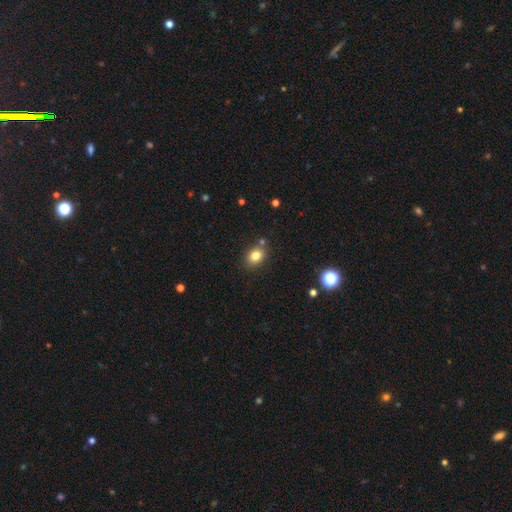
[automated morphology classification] type=smooth (81%); roundness=in between (58%); merging=none (79%).